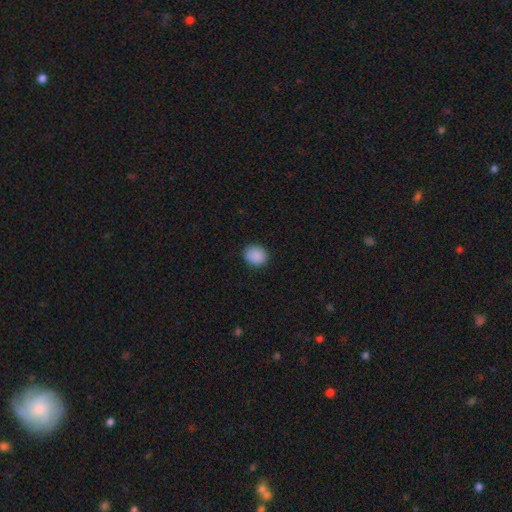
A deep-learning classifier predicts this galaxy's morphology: A smooth galaxy with no disk features (89%) that is round (61%).

Vote fractions:
- Smooth or featured? smooth: 89% / star or artifact: 8% / featured or disk: 3%
- How rounded? round: 61% / in between: 38% / cigar-shaped: 1%
- Merging? none: 88% / minor disturbance: 9% / major disturbance: 2% / merger: 1%